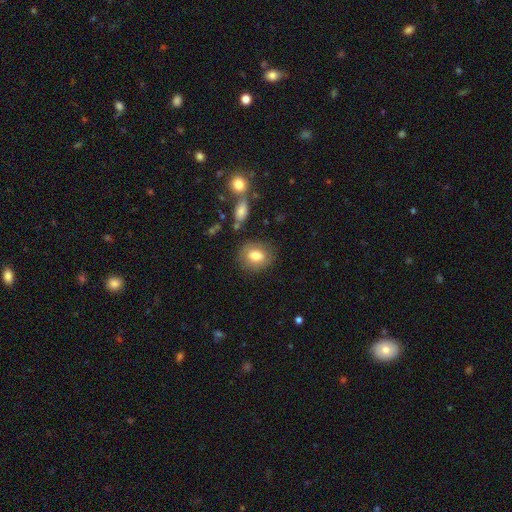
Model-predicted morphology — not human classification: Smooth or featured? smooth (77%)
How rounded? round (55%)
Merging? none (79%)